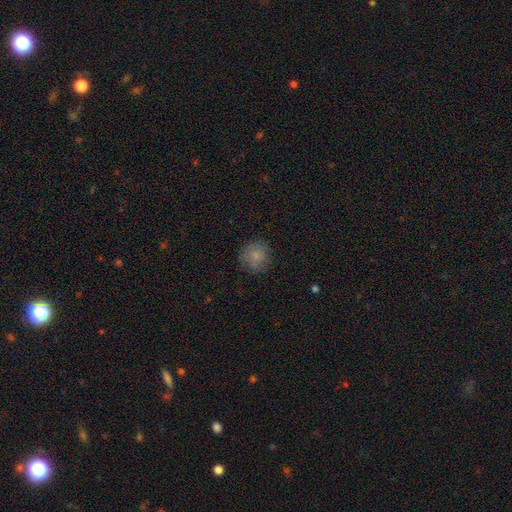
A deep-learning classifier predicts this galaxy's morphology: A smooth galaxy with no disk features (78%) that is round (91%).

Vote fractions:
- Smooth or featured? smooth: 78% / featured or disk: 13% / star or artifact: 8%
- How rounded? round: 91% / in between: 8% / cigar-shaped: 1%
- Merging? none: 79% / minor disturbance: 15% / major disturbance: 5% / merger: 1%